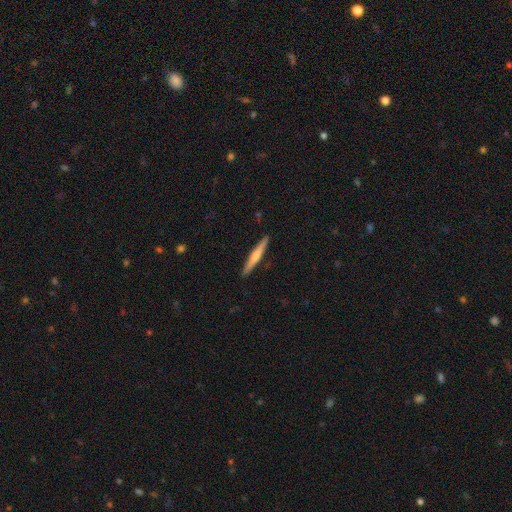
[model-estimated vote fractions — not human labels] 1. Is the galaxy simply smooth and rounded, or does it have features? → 52% featured or disk, 43% smooth, 5% star or artifact.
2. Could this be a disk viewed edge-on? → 97% yes, 3% no.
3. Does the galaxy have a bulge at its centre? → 72% rounded, 20% none, 8% boxy.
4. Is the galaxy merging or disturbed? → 91% none, 6% minor disturbance, 1% major disturbance, 1% merger.